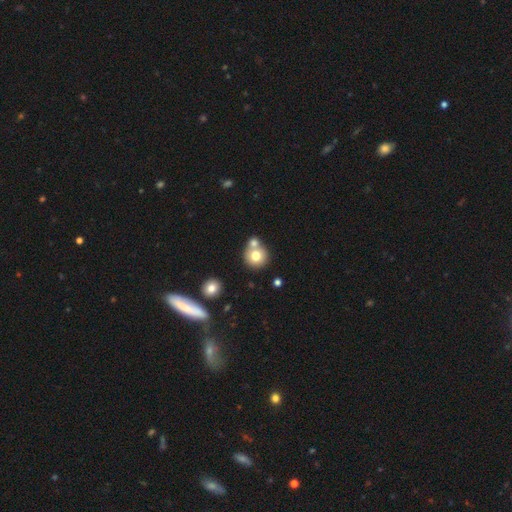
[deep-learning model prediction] smooth-or-featured: smooth: 74% | featured or disk: 16% | star or artifact: 10%
  how-rounded: round: 91% | in between: 9% | cigar-shaped: 1%
  merging: none: 52% | merger: 38% | minor disturbance: 8% | major disturbance: 3%